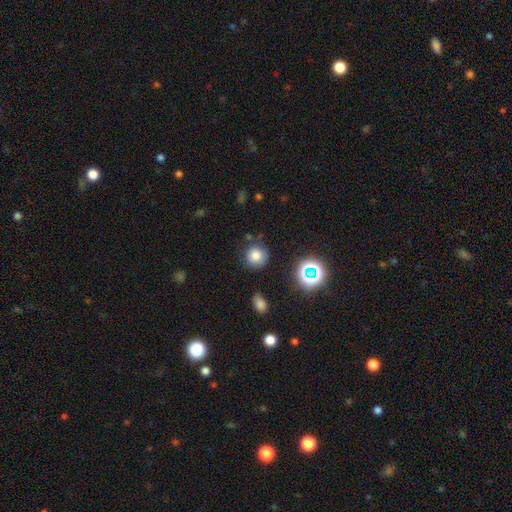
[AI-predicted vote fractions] Q: Smooth or featured?
A: smooth (77%); runner-up: star or artifact (16%)
Q: How rounded?
A: round (91%); runner-up: in between (8%)
Q: Merging?
A: none (80%); runner-up: minor disturbance (12%)